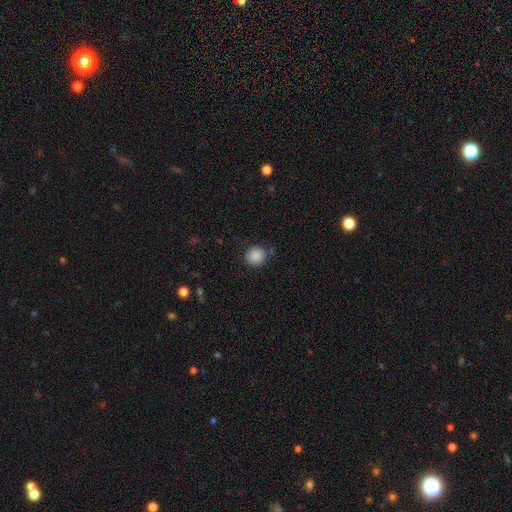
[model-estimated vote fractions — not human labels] Q: Smooth or featured?
A: smooth (88%); runner-up: star or artifact (9%)
Q: How rounded?
A: round (92%); runner-up: in between (7%)
Q: Merging?
A: none (84%); runner-up: minor disturbance (10%)